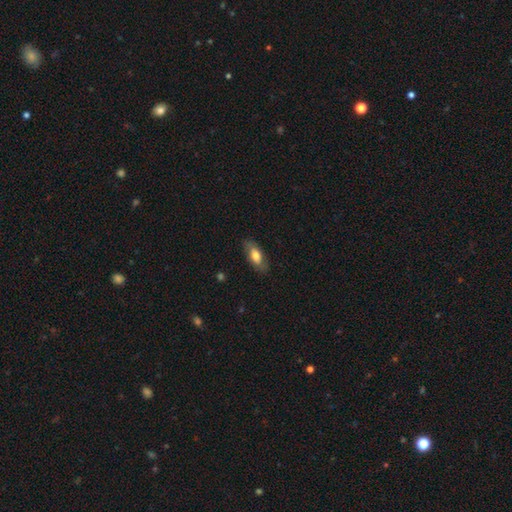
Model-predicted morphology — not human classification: type=smooth (69%); roundness=in between (80%); merging=none (80%).